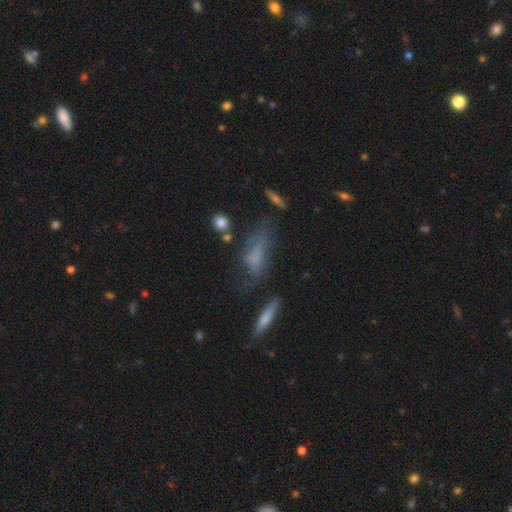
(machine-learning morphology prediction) Smooth or featured? Predicted: smooth (p=0.52). How rounded? Predicted: in between (p=0.59). Merging? Predicted: none (p=0.43).